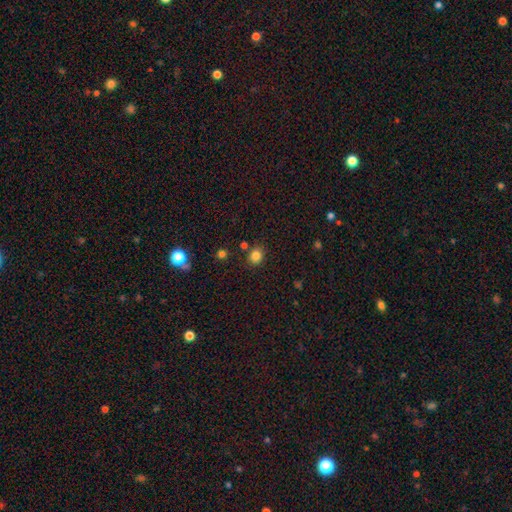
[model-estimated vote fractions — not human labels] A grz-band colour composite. It shows a smooth galaxy with no disk features (82%) that is round (73%). Merging: none (81%).